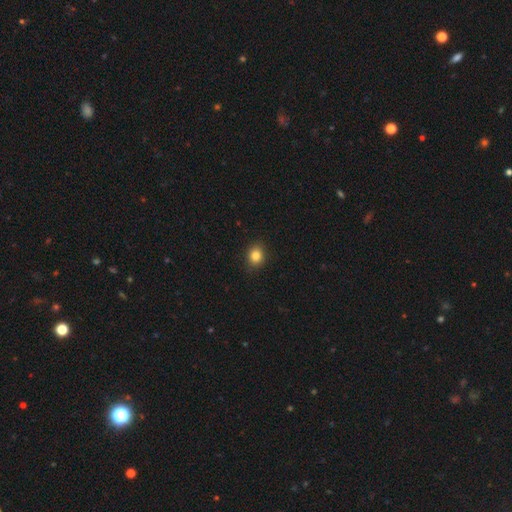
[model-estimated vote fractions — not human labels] Smooth or featured? smooth (83%)
How rounded? round (64%)
Merging? none (90%)